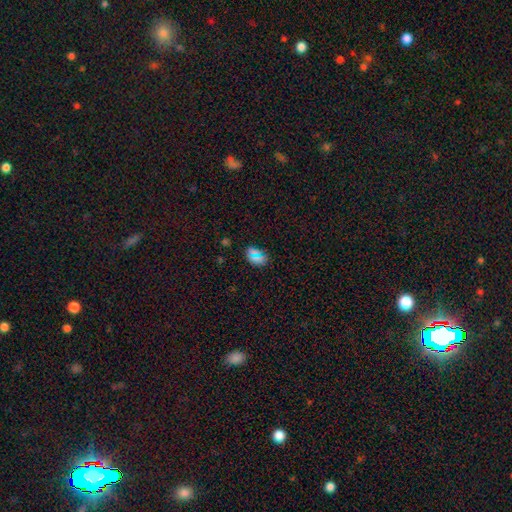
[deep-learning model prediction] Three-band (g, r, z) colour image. It shows a smooth galaxy with no disk features (65%) that is in between round and cigar-shaped (69%). Merging: none (81%).